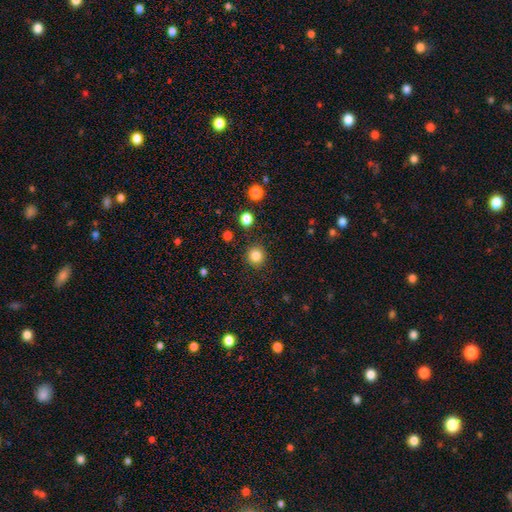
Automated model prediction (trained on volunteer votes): A smooth galaxy with no disk features (83%) that is round (93%). Merging: none (90%).